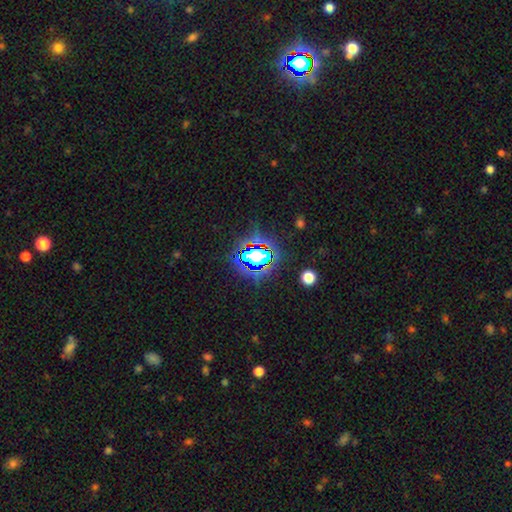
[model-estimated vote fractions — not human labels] The model was most divided on "smooth or featured": star or artifact: 70%, smooth: 18%, featured or disk: 13%.